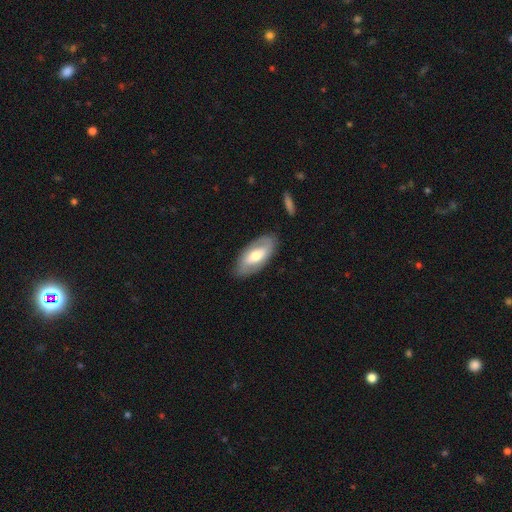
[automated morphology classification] This appears to be a featured or disk galaxy (49%). Merging: none (82%).